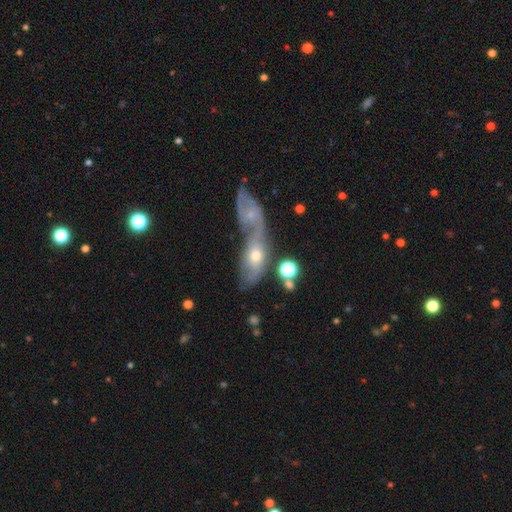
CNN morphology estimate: Overall: featured or disk (59%; smooth 30%). Edge-on disk: no (78%). Merging: merger (55%; none 29%).